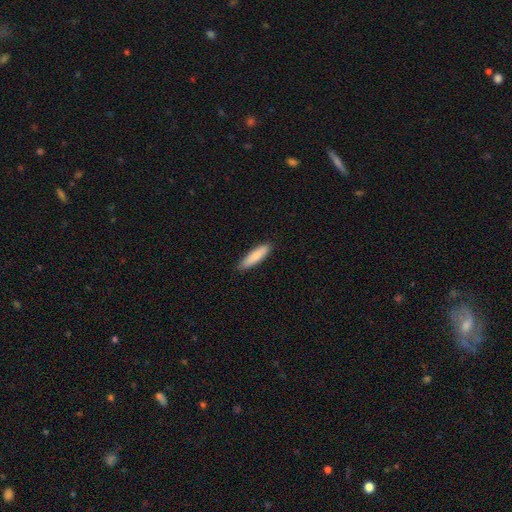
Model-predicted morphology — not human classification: Q: Smooth or featured?
A: smooth (83%); runner-up: featured or disk (12%)
Q: How rounded?
A: cigar-shaped (70%); runner-up: in between (28%)
Q: Merging?
A: none (86%); runner-up: minor disturbance (11%)